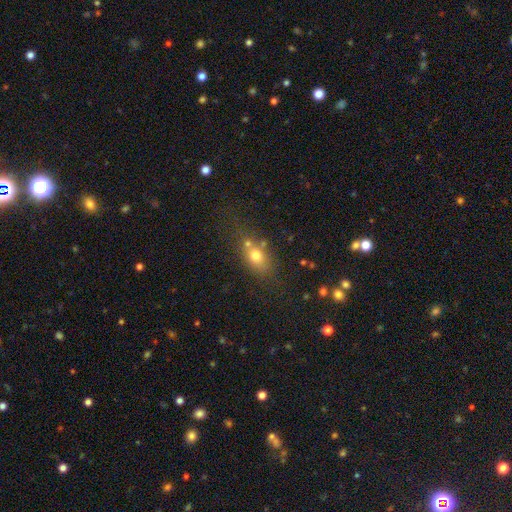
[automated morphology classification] Overall: smooth (70%). How rounded: in between (63%; round 32%). Merging: none (55%; merger 19%).